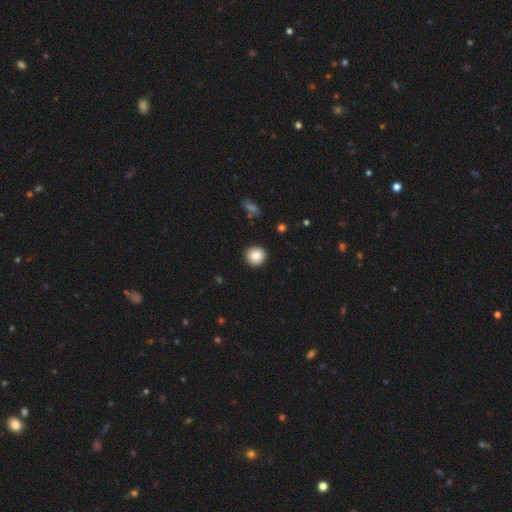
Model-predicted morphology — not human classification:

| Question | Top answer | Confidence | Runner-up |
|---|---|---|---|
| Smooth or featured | smooth | 87% | star or artifact (9%) |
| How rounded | round | 93% | in between (6%) |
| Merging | none | 91% | minor disturbance (6%) |